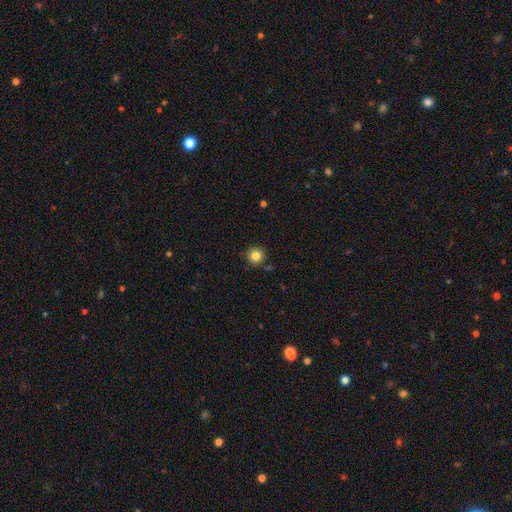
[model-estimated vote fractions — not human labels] Overall: smooth (83%). How rounded: round (95%). Merging: none (88%).